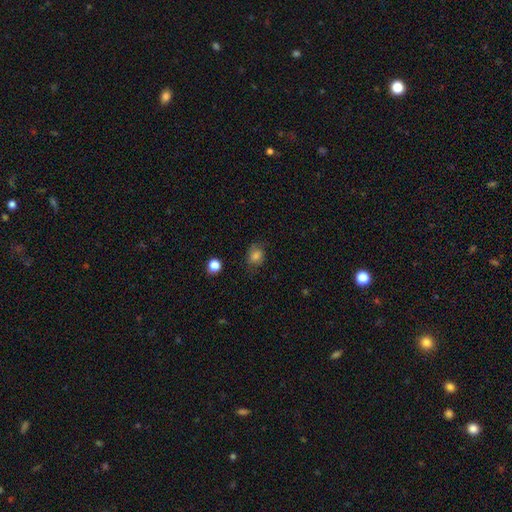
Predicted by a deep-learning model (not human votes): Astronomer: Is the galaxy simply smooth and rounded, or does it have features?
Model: smooth — 77%.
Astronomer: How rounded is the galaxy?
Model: in between — 52% (runner-up: round, 47%).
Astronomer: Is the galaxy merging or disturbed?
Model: none — 71%.